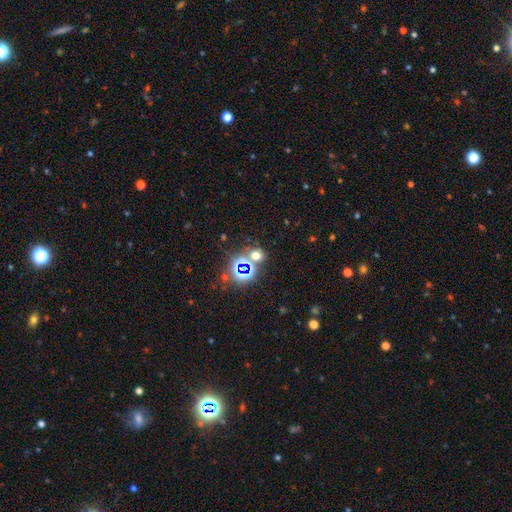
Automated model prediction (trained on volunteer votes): This appears to be a star or artifact, not a galaxy (48%).